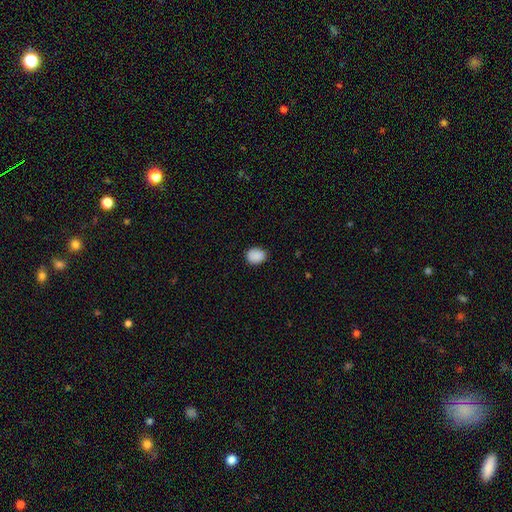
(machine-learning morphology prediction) Smooth or featured? smooth (89%)
How rounded? in between (59%)
Merging? none (83%)